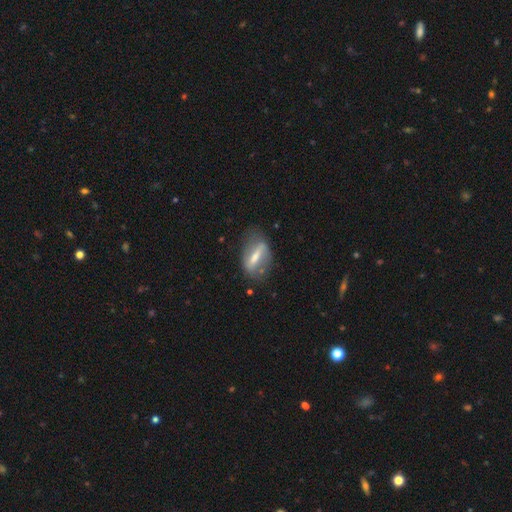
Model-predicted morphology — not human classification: Smooth or featured: featured or disk — 60% (smooth — 32%)
Edge-on disk: no — 78% (yes — 22%)
Merging: none — 66% (minor disturbance — 22%)